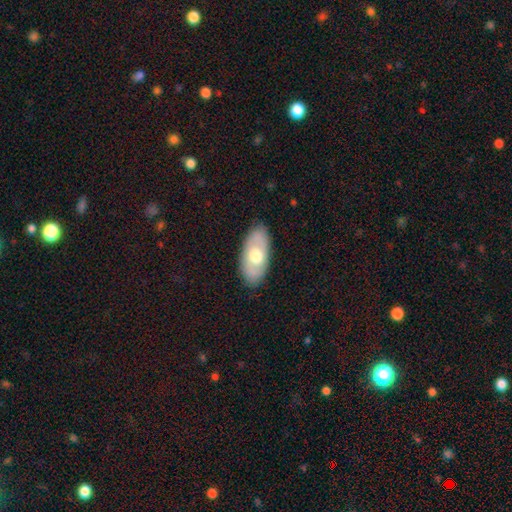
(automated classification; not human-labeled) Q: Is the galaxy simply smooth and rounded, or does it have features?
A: smooth — 54%.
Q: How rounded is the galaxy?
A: in between — 92%.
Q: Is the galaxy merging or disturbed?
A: none — 85%.